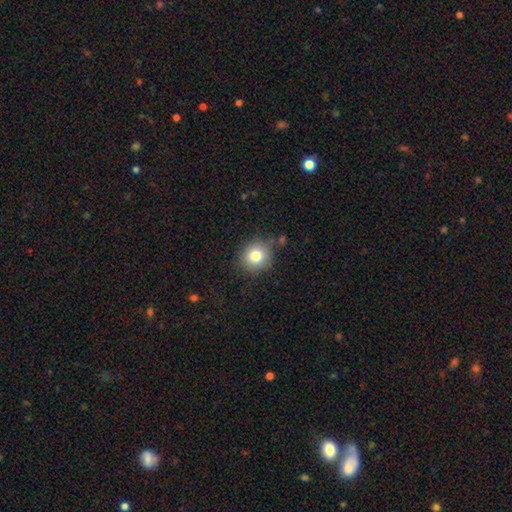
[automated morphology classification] Smooth or featured? Predicted: smooth (p=0.80). How rounded? Predicted: round (p=0.87). Merging? Predicted: none (p=0.82).